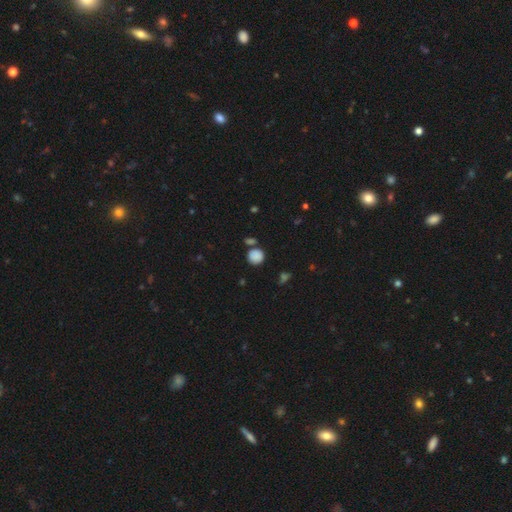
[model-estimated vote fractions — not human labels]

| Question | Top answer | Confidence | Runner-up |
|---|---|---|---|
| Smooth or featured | smooth | 85% | star or artifact (10%) |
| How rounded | round | 89% | in between (10%) |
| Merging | none | 71% | merger (13%) |